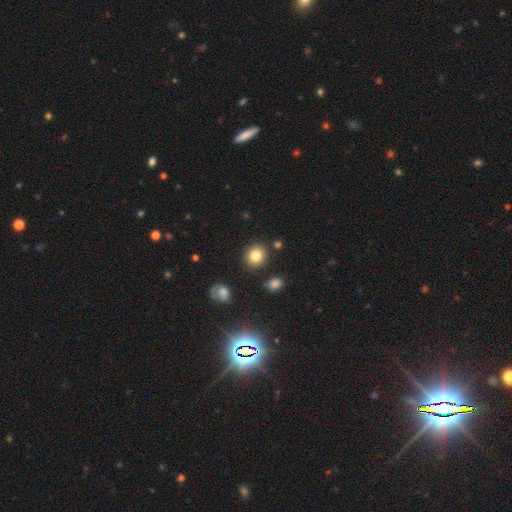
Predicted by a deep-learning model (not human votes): Overall: smooth (82%). How rounded: round (79%). Merging: none (85%).